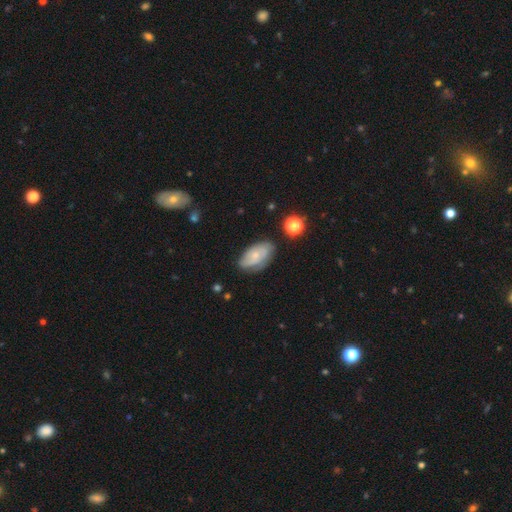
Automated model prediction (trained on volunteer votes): A featured or disk galaxy (54%) with no bar (78%), spiral arms (79%) and a small central bulge (69%).

Vote fractions:
- Smooth or featured? featured or disk: 54% / smooth: 39% / star or artifact: 7%
- Edge-on disk? no: 93% / yes: 7%
- Bar? no: 78% / weak: 19% / strong: 3%
- Spiral arms? yes: 79% / no: 21%
- Bulge size? small: 69% / moderate: 25% / none: 4% / large: 1% / dominant: 1%
- Merging? none: 67% / minor disturbance: 24% / major disturbance: 7% / merger: 2%